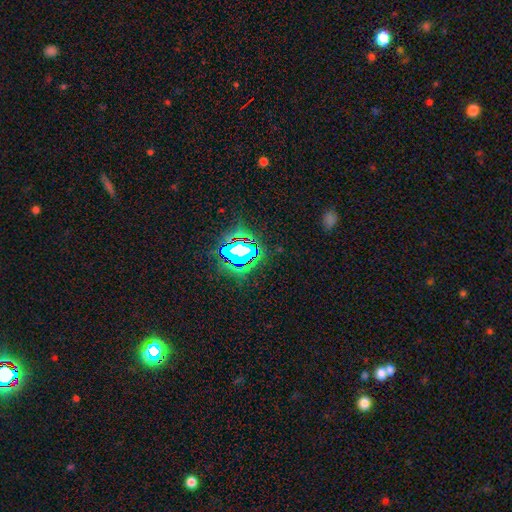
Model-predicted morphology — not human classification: Smooth or featured: star or artifact — 79% (smooth — 13%)